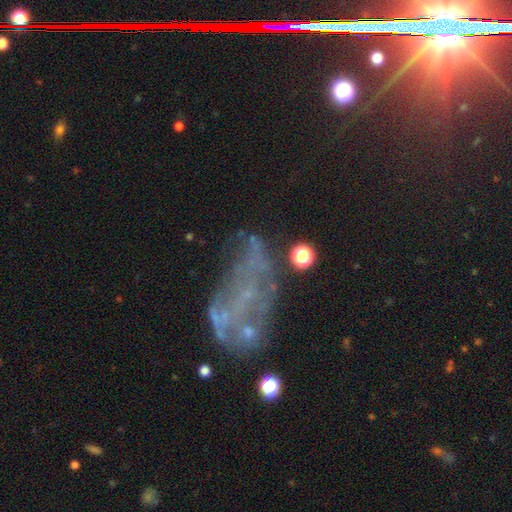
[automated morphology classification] smooth-or-featured: featured or disk: 54% | star or artifact: 24% | smooth: 22%
  disk-edge-on: no: 95% | yes: 5%
    bar: no: 84% | weak: 11% | strong: 5%
    has-spiral-arms: no: 78% | yes: 22%
    bulge-size: none: 64% | small: 28% | moderate: 5% | large: 1% | dominant: 1%
  merging: none: 35% | major disturbance: 33% | minor disturbance: 20% | merger: 11%